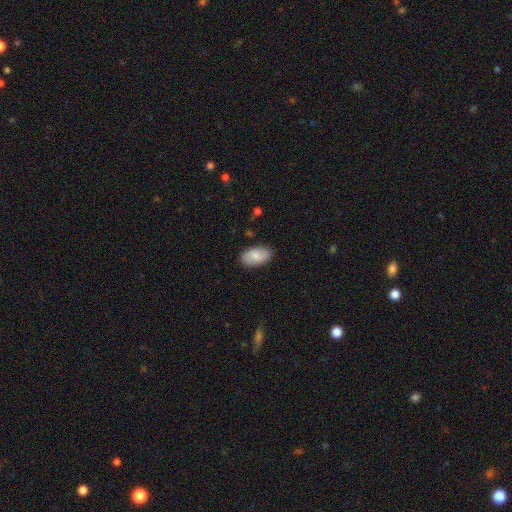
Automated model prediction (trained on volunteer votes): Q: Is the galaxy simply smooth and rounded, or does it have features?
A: smooth — 75%.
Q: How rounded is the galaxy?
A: in between — 94%.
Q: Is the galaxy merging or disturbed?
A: none — 85%.